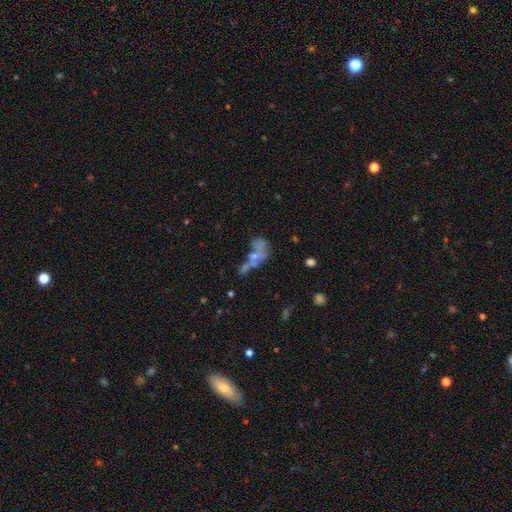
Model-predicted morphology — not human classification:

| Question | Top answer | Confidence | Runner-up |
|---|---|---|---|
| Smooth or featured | smooth | 41% | tied: featured or disk (41%) |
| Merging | merger | 43% | none (23%) |